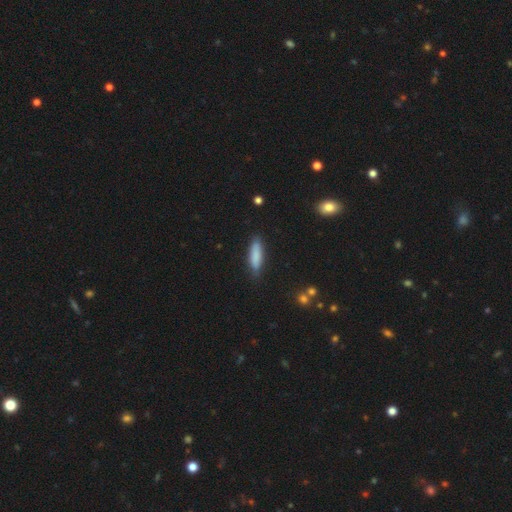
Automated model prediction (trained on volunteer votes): Morphology: type=smooth (83%); roundness=cigar-shaped (62%); merging=none (82%).